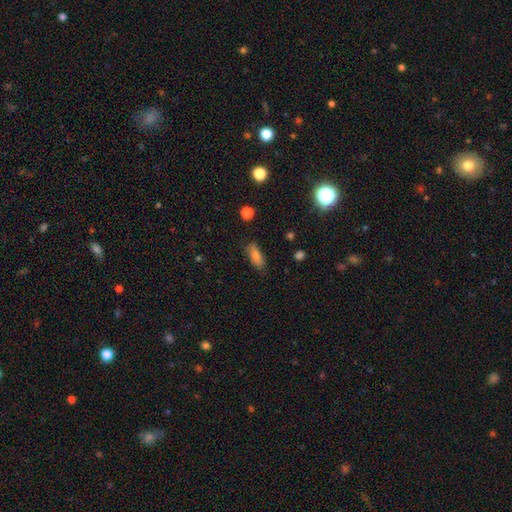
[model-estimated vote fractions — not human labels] Overall: smooth (77%). How rounded: in between (76%). Merging: none (79%).